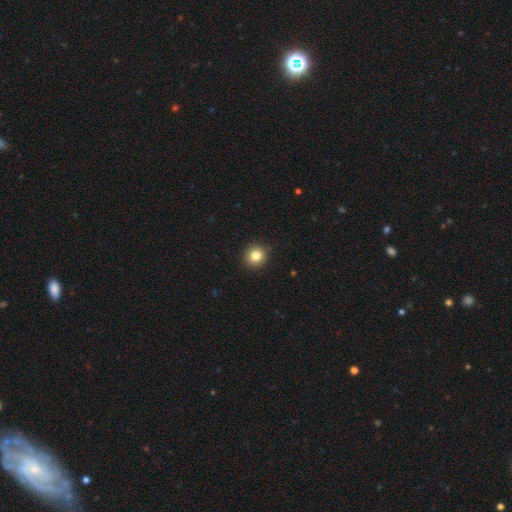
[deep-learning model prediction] This appears to be a smooth galaxy with no disk features (83%) that is round (92%). Merging: none (92%).